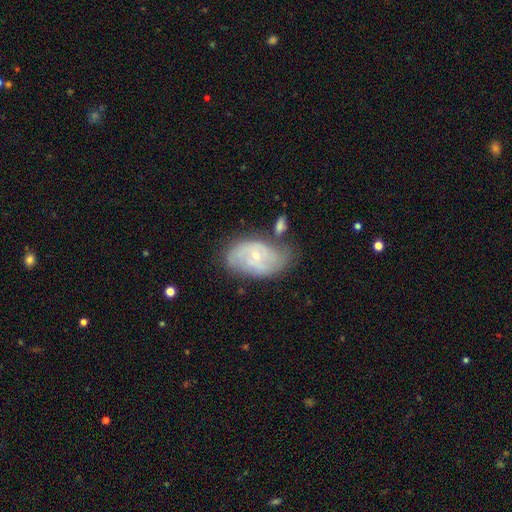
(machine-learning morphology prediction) Smooth or featured? Predicted: featured or disk (p=0.71). Edge-on disk? Predicted: no (p=0.96). Bar? Predicted: no (p=0.69). Spiral arms? Predicted: yes (p=0.83). Spiral winding? Predicted: tight (p=0.44). Spiral arm count? Predicted: 2 (p=0.46). Bulge size? Predicted: small (p=0.76). Merging? Predicted: none (p=0.57).